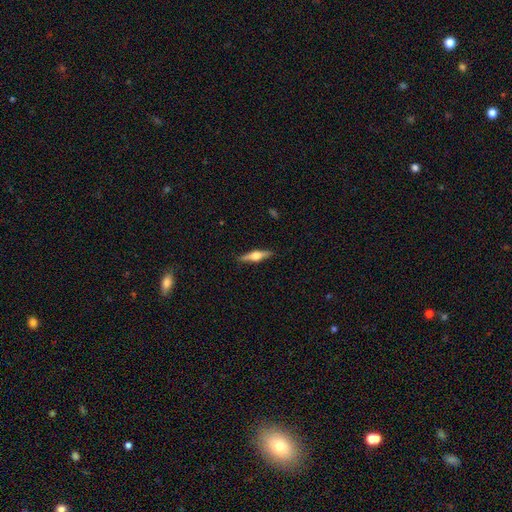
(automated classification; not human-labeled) Q: Smooth or featured?
A: featured or disk (65%); runner-up: smooth (30%)
Q: Edge-on disk?
A: yes (97%); runner-up: no (3%)
Q: Edge-on bulge?
A: rounded (93%); runner-up: boxy (5%)
Q: Merging?
A: none (89%); runner-up: minor disturbance (8%)